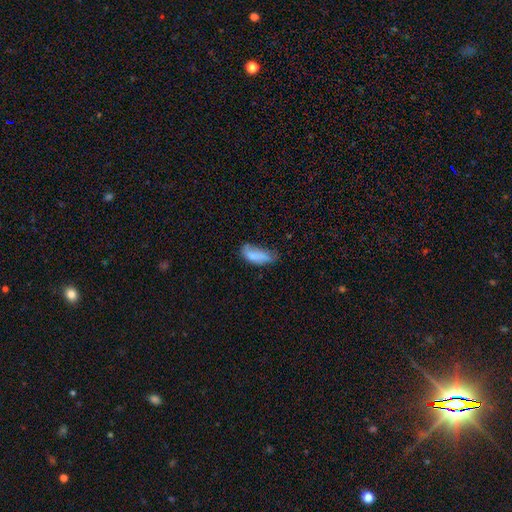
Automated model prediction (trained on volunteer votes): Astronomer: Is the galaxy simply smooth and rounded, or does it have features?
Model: smooth — 74%.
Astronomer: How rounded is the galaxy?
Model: in between — 79%.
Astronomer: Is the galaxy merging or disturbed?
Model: minor disturbance — 39% (runner-up: none, 36%).